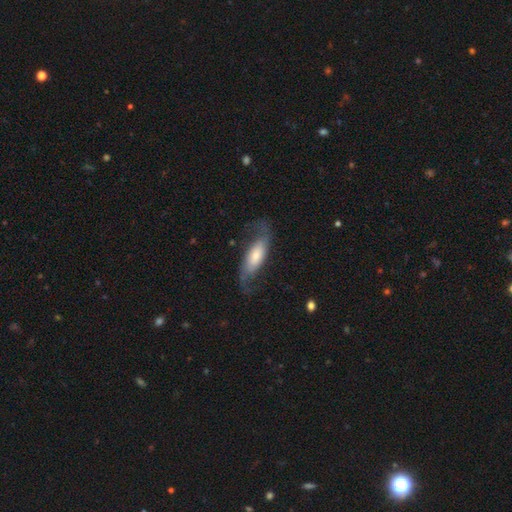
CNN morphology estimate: Overall: featured or disk (60%; smooth 34%). Edge-on disk: no (85%). Bar: no (58%; weak 28%). Spiral arms: yes (88%). Bulge size: small (37%; moderate 34%). Merging: none (62%).